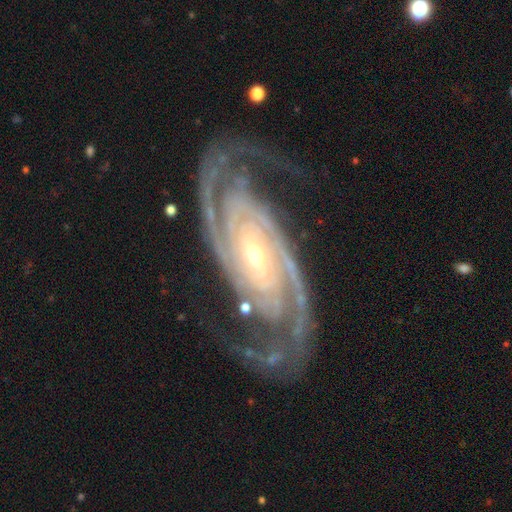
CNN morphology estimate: Smooth or featured?
  - featured or disk: 94% *
  - star or artifact: 4%
  - smooth: 2%
Edge-on disk?
  - no: 96% *
  - yes: 4%
Bar?
  - no: 39% *
  - weak: 33%
  - strong: 28%
Spiral arms?
  - yes: 99% *
  - no: 1%
Spiral winding?
  - tight: 59% *
  - medium: 35%
  - loose: 6%
Spiral arm count?
  - 2: 74% *
  - 3: 10%
  - can't tell: 5%
  - 4: 4%
  - more than 4: 3%
  - 1: 3%
Bulge size?
  - small: 61% *
  - moderate: 35%
  - large: 2%
  - none: 1%
  - dominant: 1%
Merging?
  - none: 77% *
  - minor disturbance: 14%
  - major disturbance: 8%
  - merger: 2%